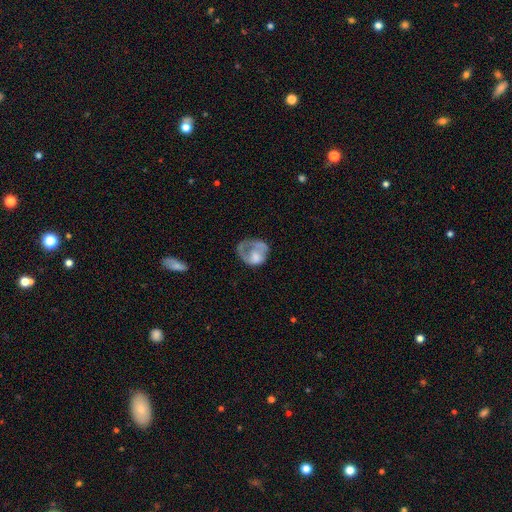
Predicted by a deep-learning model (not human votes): Overall: smooth (47%; featured or disk 45%). Merging: major disturbance (43%; none 29%).